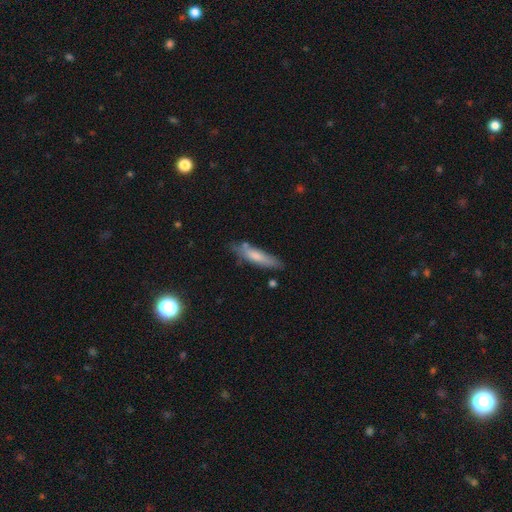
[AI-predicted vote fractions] This appears to be a smooth galaxy with no disk features (70%) that is cigar-shaped (76%). Merging: none (68%).